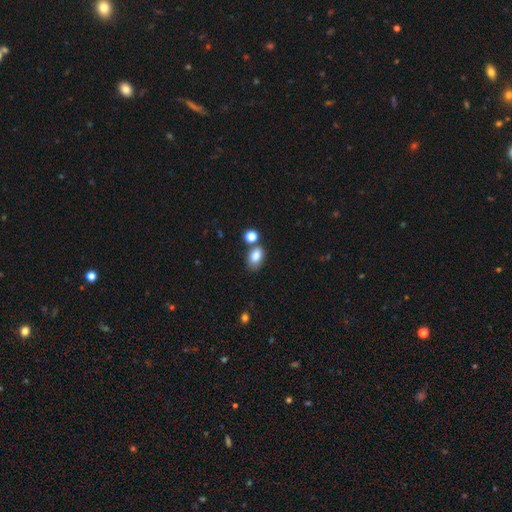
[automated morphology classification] smooth-or-featured: smooth: 83% | star or artifact: 10% | featured or disk: 6%
  how-rounded: in between: 81% | round: 18% | cigar-shaped: 1%
  merging: none: 60% | merger: 19% | minor disturbance: 15% | major disturbance: 5%